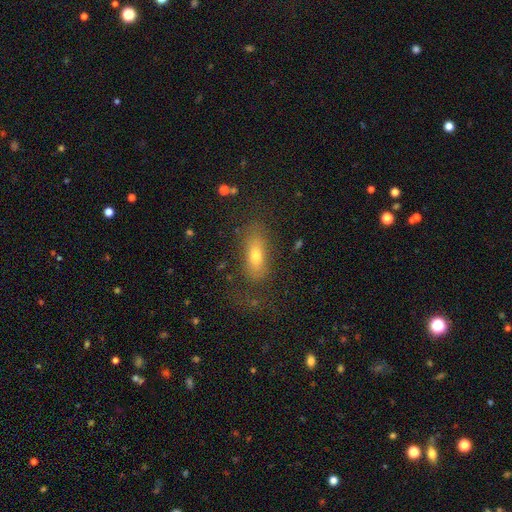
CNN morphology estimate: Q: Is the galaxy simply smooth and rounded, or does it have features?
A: smooth — 66%.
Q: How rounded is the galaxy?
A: in between — 75%.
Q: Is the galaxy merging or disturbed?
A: none — 61%.